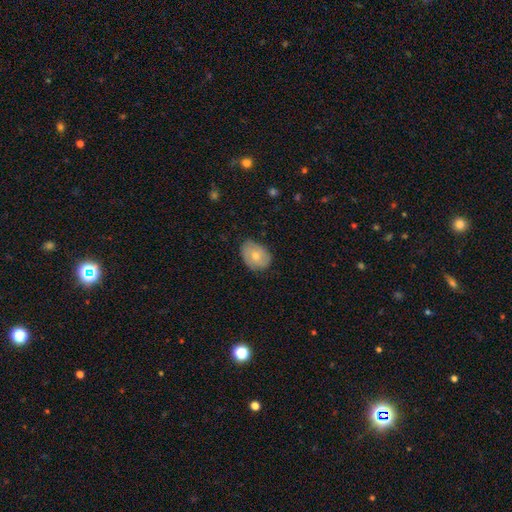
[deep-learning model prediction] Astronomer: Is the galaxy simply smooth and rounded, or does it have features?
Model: smooth — 64%.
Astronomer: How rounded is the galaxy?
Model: in between — 68%.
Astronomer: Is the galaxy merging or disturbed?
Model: none — 75%.